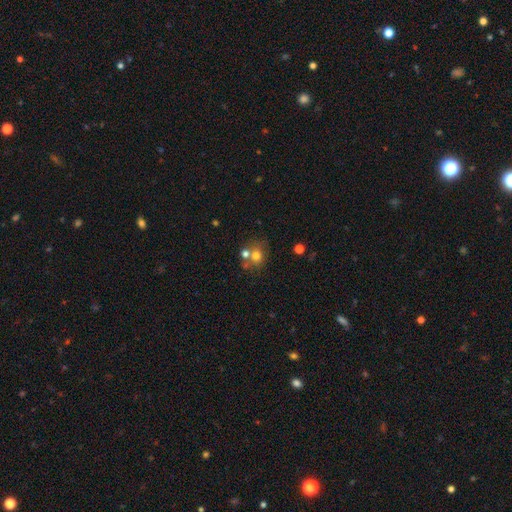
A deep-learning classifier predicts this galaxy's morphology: A smooth galaxy with no disk features (68%) that is round (74%).

Vote fractions:
- Smooth or featured? smooth: 68% / featured or disk: 17% / star or artifact: 15%
- How rounded? round: 74% / in between: 25% / cigar-shaped: 1%
- Merging? none: 52% / merger: 33% / minor disturbance: 11% / major disturbance: 5%